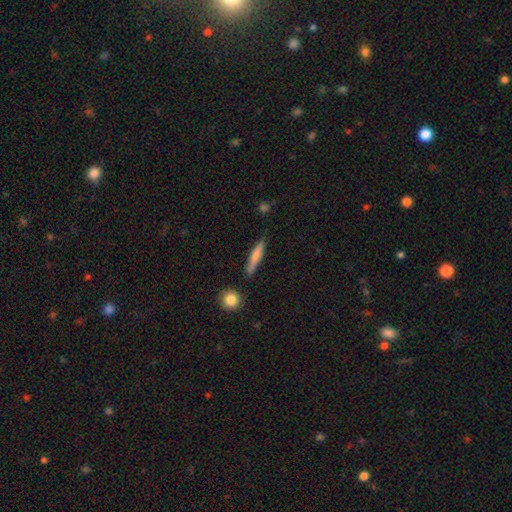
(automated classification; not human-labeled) smooth 72%, featured or disk 22%, star or artifact 6%. Down the decision tree: how rounded — cigar-shaped (90%); merging — none (83%).